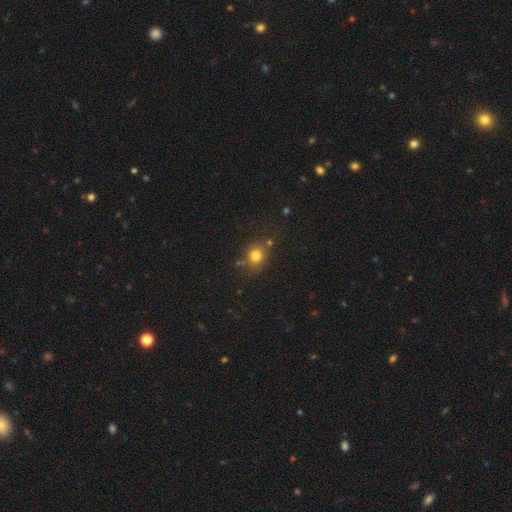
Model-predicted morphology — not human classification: Smooth or featured?
  - smooth: 78% *
  - star or artifact: 14%
  - featured or disk: 8%
How rounded?
  - round: 77% *
  - in between: 22%
  - cigar-shaped: 1%
Merging?
  - none: 72% *
  - minor disturbance: 14%
  - merger: 9%
  - major disturbance: 5%